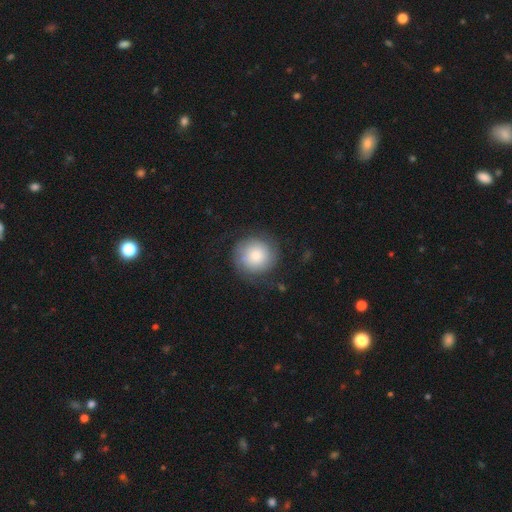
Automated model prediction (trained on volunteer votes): The model was most divided on "smooth or featured": smooth: 66%, featured or disk: 26%, star or artifact: 8%. More confident: how rounded — round (92%); merging — none (71%).